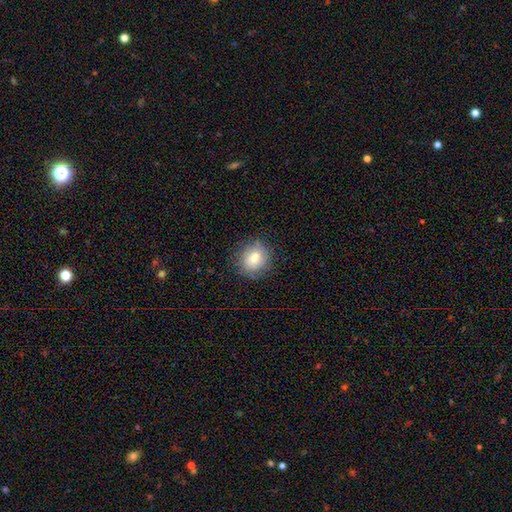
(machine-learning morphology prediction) Smooth or featured?
  - smooth: 77% *
  - featured or disk: 13%
  - star or artifact: 9%
How rounded?
  - round: 76% *
  - in between: 23%
  - cigar-shaped: 1%
Merging?
  - none: 81% *
  - minor disturbance: 14%
  - major disturbance: 4%
  - merger: 1%